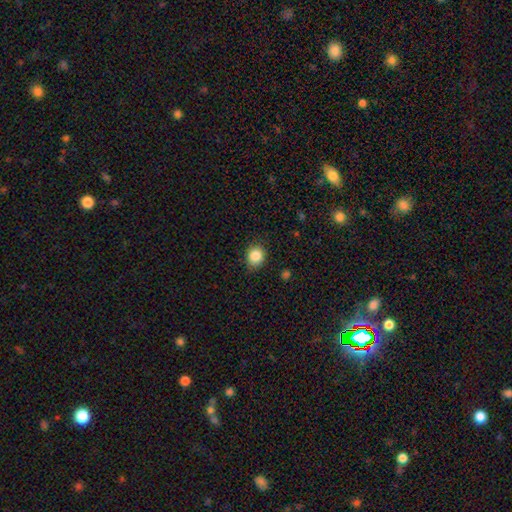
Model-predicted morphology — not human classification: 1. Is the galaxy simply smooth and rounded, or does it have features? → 86% smooth, 10% star or artifact, 5% featured or disk.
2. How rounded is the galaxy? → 74% round, 25% in between, 1% cigar-shaped.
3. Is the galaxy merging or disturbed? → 86% none, 10% minor disturbance, 2% major disturbance, 1% merger.